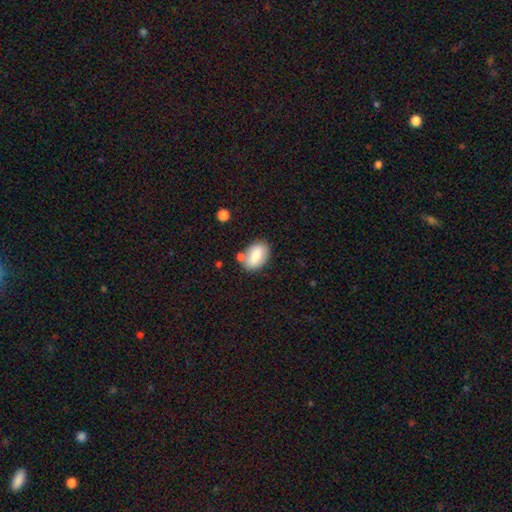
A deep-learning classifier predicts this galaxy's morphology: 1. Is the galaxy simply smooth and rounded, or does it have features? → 77% smooth, 16% featured or disk, 7% star or artifact.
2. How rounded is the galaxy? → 89% in between, 9% round, 2% cigar-shaped.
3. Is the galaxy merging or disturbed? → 68% none, 16% minor disturbance, 12% merger, 4% major disturbance.